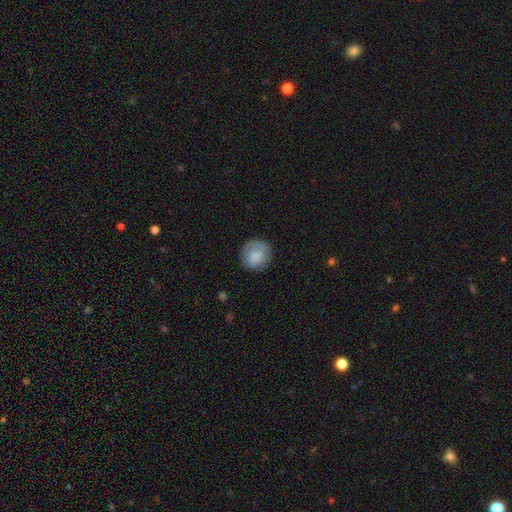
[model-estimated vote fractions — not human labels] Smooth or featured?
  - smooth: 74% *
  - featured or disk: 19%
  - star or artifact: 7%
How rounded?
  - round: 90% *
  - in between: 9%
  - cigar-shaped: 1%
Merging?
  - none: 81% *
  - minor disturbance: 14%
  - major disturbance: 5%
  - merger: 1%